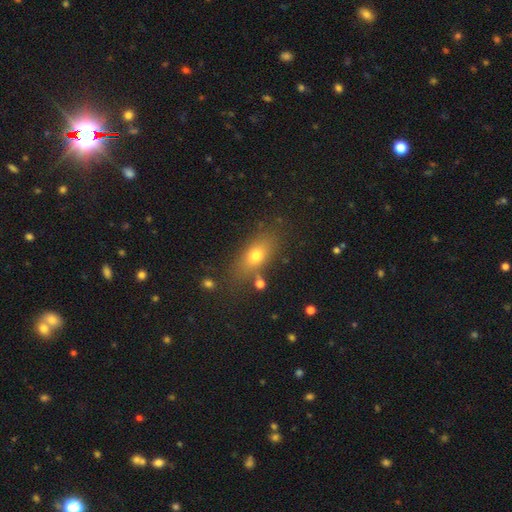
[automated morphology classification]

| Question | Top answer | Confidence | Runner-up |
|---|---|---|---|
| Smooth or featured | smooth | 71% | featured or disk (17%) |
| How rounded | in between | 72% | cigar-shaped (15%) |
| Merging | none | 74% | minor disturbance (14%) |